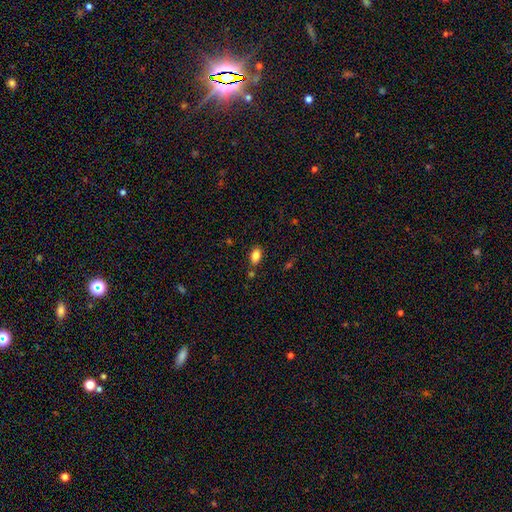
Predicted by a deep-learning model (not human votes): Overall: smooth (84%). How rounded: in between (90%). Merging: none (79%).